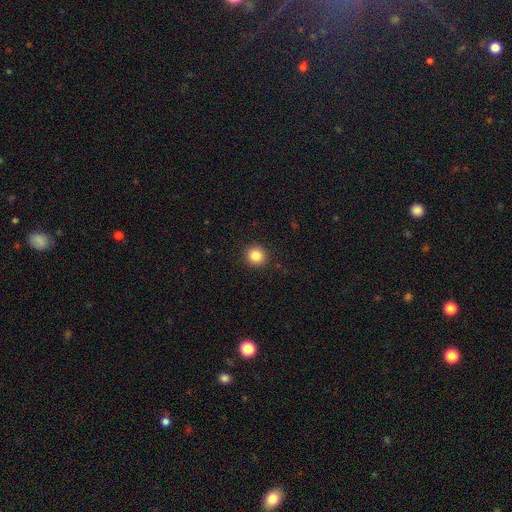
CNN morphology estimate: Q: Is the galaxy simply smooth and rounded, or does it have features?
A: smooth — 85%.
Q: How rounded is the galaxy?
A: round — 91%.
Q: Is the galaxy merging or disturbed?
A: none — 92%.